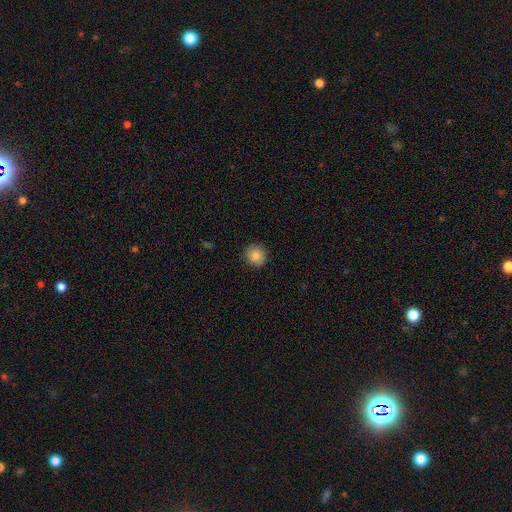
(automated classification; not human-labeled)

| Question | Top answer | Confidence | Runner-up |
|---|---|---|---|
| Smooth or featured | smooth | 84% | star or artifact (9%) |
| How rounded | round | 90% | in between (9%) |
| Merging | none | 88% | minor disturbance (9%) |